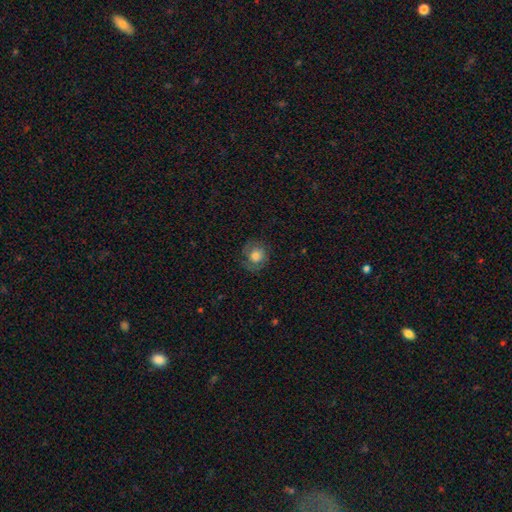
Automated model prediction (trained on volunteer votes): Smooth or featured? smooth (58%)
How rounded? round (82%)
Merging? none (68%)